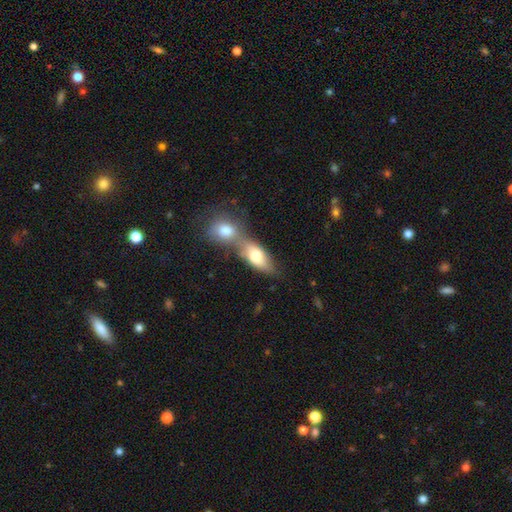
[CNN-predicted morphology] The model was most divided on "merging": merger: 60%, none: 27%, minor disturbance: 8%, major disturbance: 5%. More confident: how rounded — in between (78%); smooth or featured — smooth (72%).